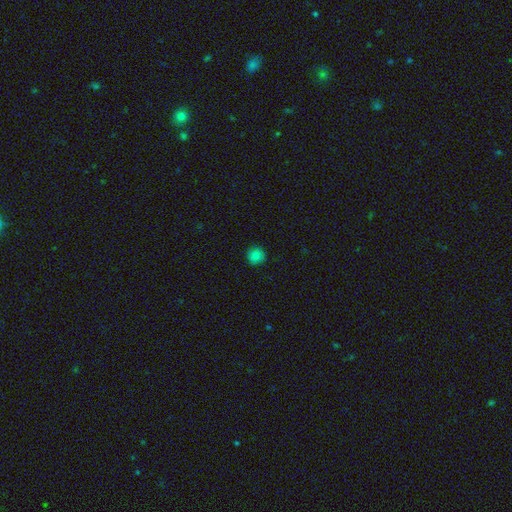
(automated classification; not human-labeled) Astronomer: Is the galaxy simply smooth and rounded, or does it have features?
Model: smooth — 84%.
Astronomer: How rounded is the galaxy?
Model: round — 93%.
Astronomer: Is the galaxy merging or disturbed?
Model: none — 90%.